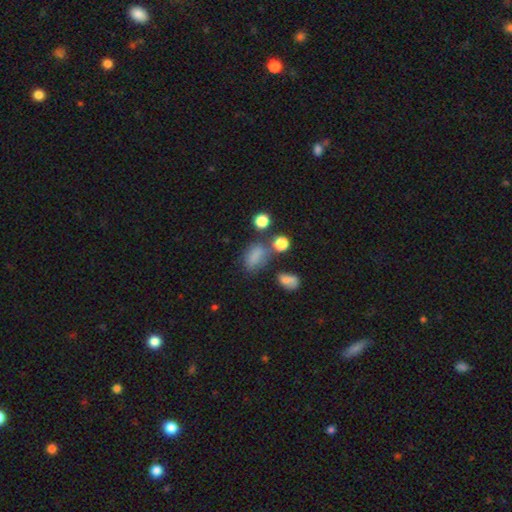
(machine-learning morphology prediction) type=smooth (72%); roundness=in between (73%); merging=none (51%).